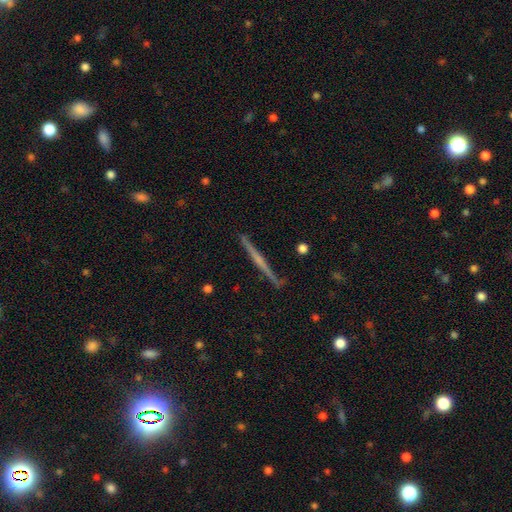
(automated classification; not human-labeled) Smooth or featured? featured or disk (71%)
Edge-on disk? yes (98%)
Edge-on bulge? rounded (44%, tied with none)
Merging? none (89%)